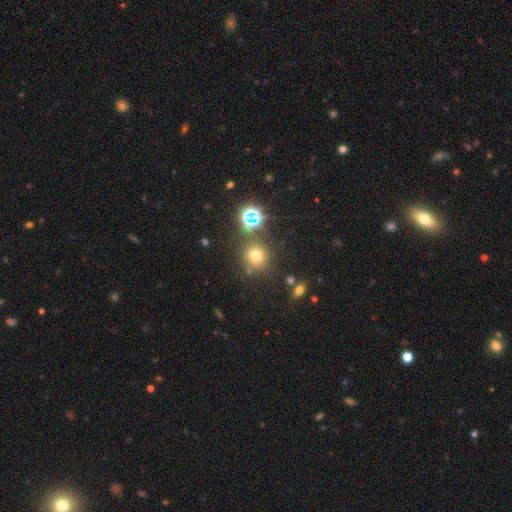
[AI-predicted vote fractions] A smooth galaxy with no disk features (64%) that is round (93%).

Vote fractions:
- Smooth or featured? smooth: 64% / star or artifact: 27% / featured or disk: 9%
- How rounded? round: 93% / in between: 6% / cigar-shaped: 1%
- Merging? none: 81% / minor disturbance: 8% / merger: 7% / major disturbance: 4%